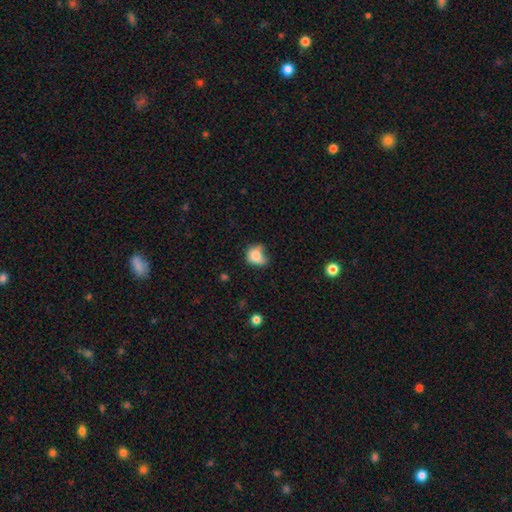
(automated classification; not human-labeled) Smooth or featured? Predicted: smooth (p=0.77). How rounded? Predicted: round (p=0.57). Merging? Predicted: minor disturbance (p=0.35).